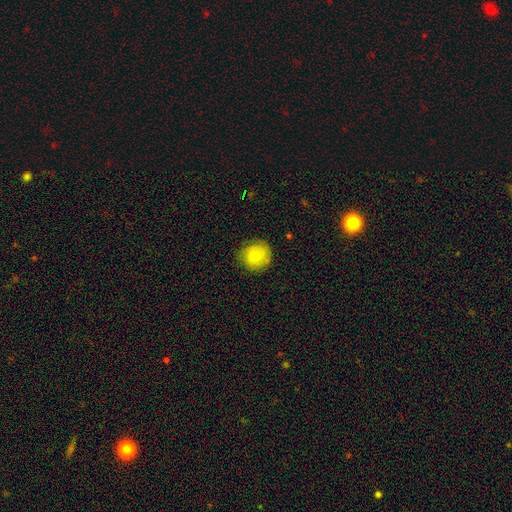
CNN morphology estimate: Overall: smooth (81%). How rounded: round (91%). Merging: none (81%).